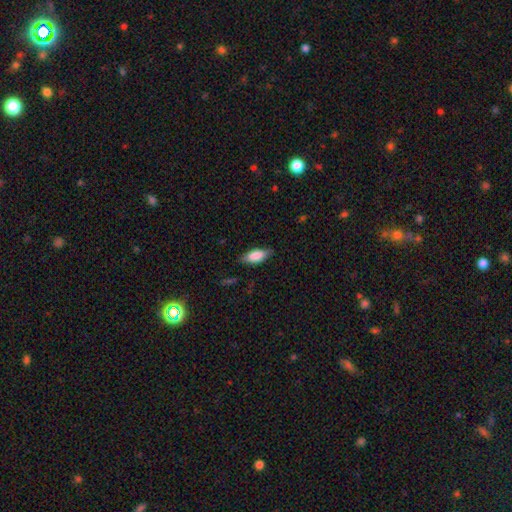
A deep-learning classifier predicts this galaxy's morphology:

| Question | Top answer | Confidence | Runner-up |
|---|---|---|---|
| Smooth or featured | smooth | 82% | featured or disk (12%) |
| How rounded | in between | 80% | cigar-shaped (18%) |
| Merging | none | 79% | minor disturbance (16%) |